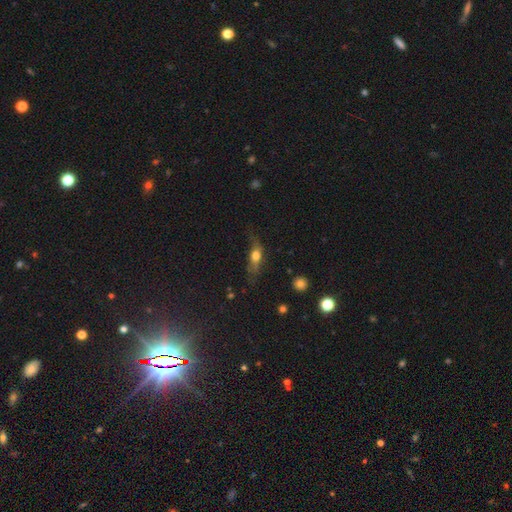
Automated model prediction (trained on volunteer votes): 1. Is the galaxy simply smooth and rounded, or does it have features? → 56% smooth, 34% featured or disk, 10% star or artifact.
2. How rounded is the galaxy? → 57% in between, 34% cigar-shaped, 9% round.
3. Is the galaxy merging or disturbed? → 47% none, 29% minor disturbance, 21% major disturbance, 3% merger.